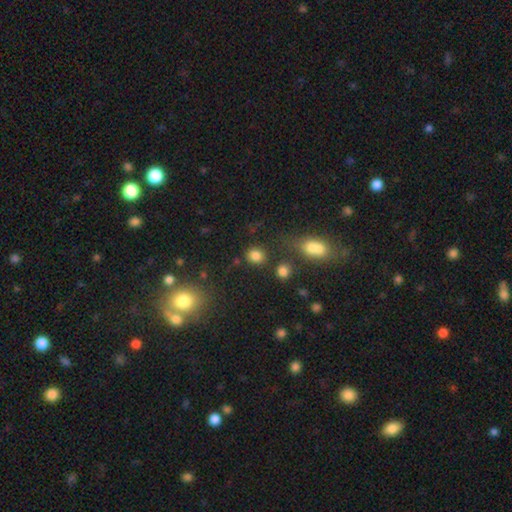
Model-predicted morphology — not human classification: A smooth galaxy with no disk features (81%) that is round (72%). Merging: none (79%).